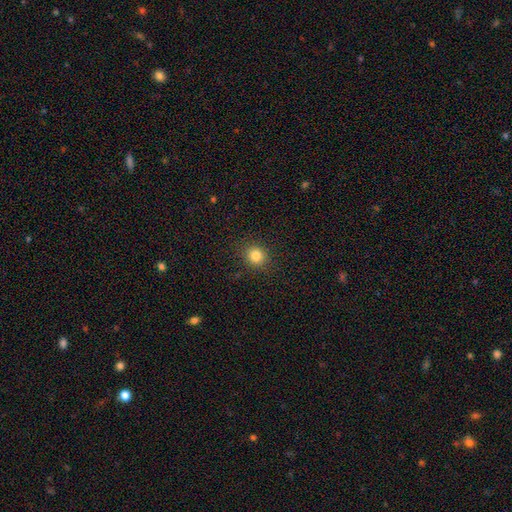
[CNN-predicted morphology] Smooth or featured: smooth — 82% (star or artifact — 12%)
How rounded: round — 86% (in between — 13%)
Merging: none — 89% (minor disturbance — 7%)